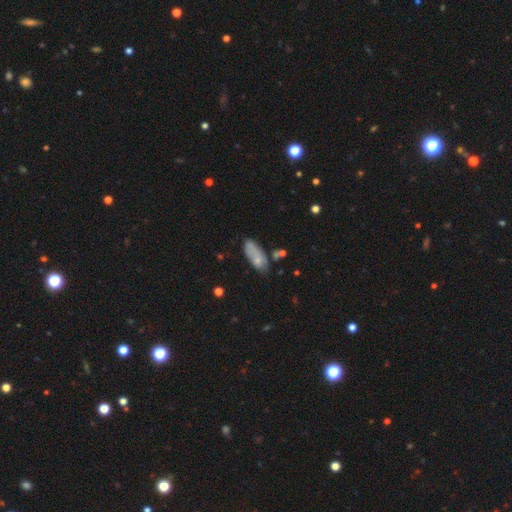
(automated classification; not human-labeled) This appears to be a smooth galaxy with no disk features (64%) that is in between round and cigar-shaped (77%). Merging: none (51%).